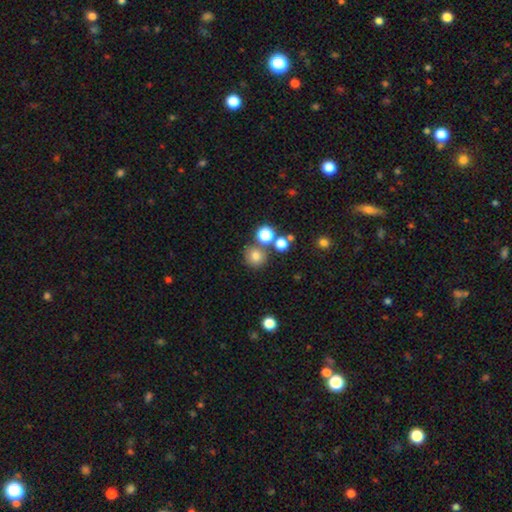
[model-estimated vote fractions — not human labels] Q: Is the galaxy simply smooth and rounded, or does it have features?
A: smooth — 76%.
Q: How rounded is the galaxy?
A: round — 90%.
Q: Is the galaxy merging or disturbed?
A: none — 74%.